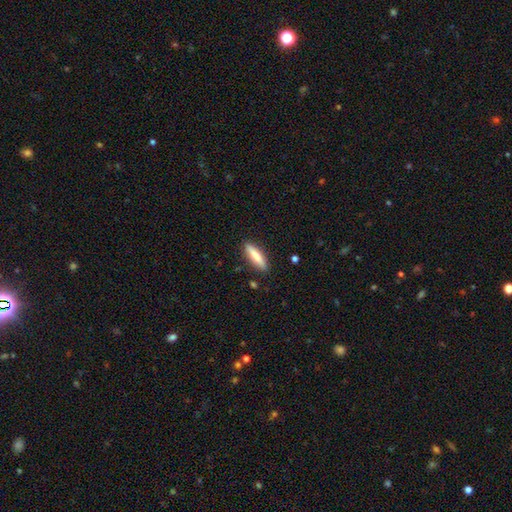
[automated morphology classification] Smooth or featured: smooth — 75% (featured or disk — 20%)
How rounded: cigar-shaped — 72% (in between — 27%)
Merging: none — 88% (minor disturbance — 9%)